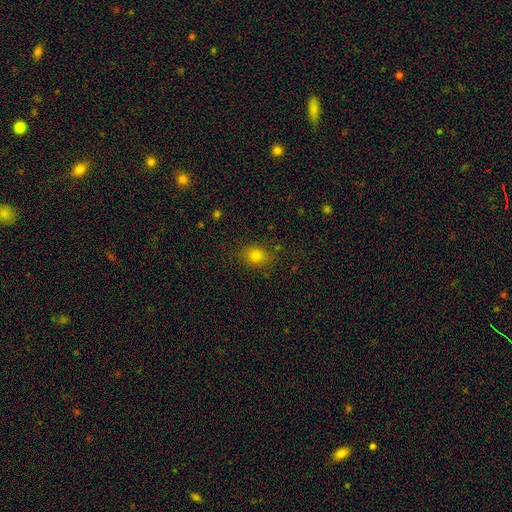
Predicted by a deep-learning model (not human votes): A smooth galaxy with no disk features (79%) that is round (51%).

Vote fractions:
- Smooth or featured? smooth: 79% / star or artifact: 13% / featured or disk: 8%
- How rounded? round: 51% / in between: 48% / cigar-shaped: 1%
- Merging? none: 82% / minor disturbance: 12% / major disturbance: 4% / merger: 2%